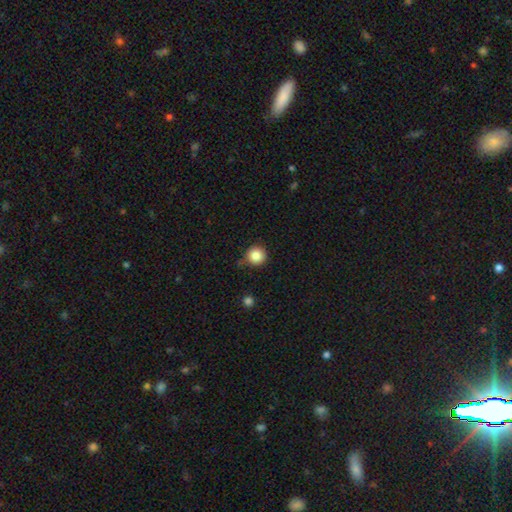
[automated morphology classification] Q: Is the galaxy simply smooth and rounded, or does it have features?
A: smooth — 85%.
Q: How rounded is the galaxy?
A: round — 95%.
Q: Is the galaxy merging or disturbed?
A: none — 79%.